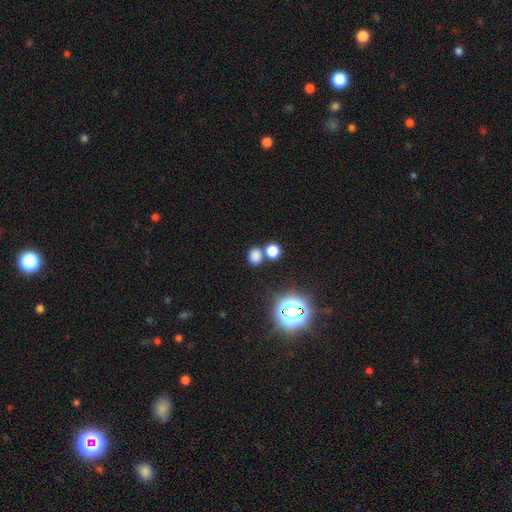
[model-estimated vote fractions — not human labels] Smooth or featured: smooth — 76% (star or artifact — 19%)
How rounded: round — 70% (in between — 29%)
Merging: none — 69% (merger — 19%)